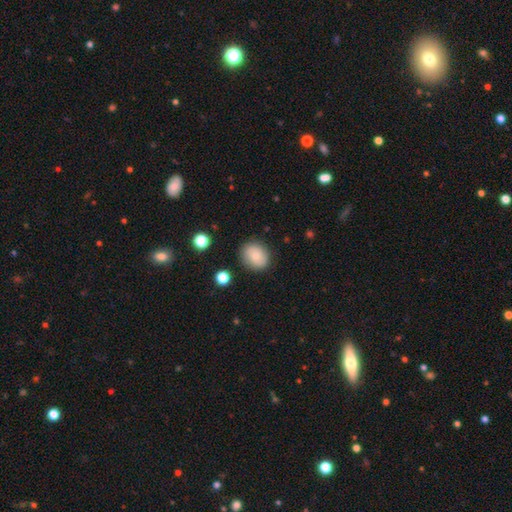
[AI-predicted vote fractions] Smooth or featured?
  - smooth: 77% *
  - featured or disk: 15%
  - star or artifact: 9%
How rounded?
  - round: 70% *
  - in between: 29%
  - cigar-shaped: 1%
Merging?
  - none: 84% *
  - minor disturbance: 11%
  - major disturbance: 3%
  - merger: 2%